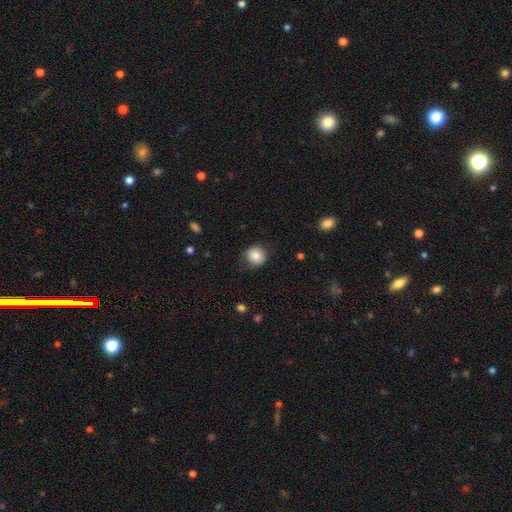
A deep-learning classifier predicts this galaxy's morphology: Smooth or featured: smooth — 84% (star or artifact — 9%)
How rounded: round — 90% (in between — 9%)
Merging: none — 84% (minor disturbance — 12%)